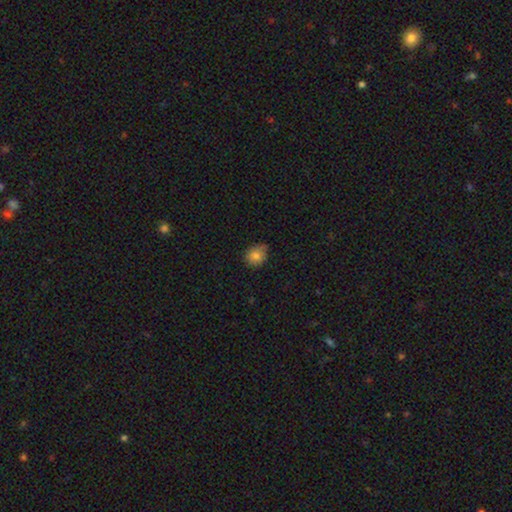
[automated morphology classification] smooth 81%, star or artifact 10%, featured or disk 9%. Down the decision tree: how rounded — round (77%); merging — none (63%).